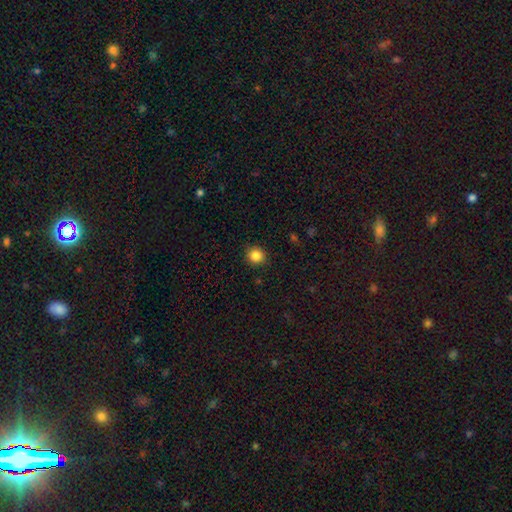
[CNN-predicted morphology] Overall: smooth (86%). How rounded: round (91%). Merging: none (91%).